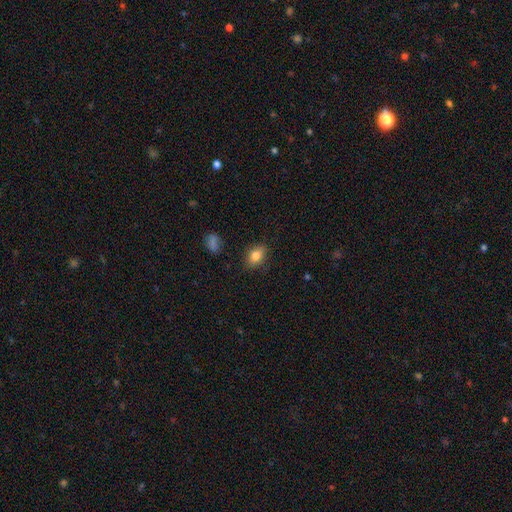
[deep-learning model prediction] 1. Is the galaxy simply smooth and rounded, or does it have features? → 80% smooth, 10% featured or disk, 9% star or artifact.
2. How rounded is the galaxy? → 76% in between, 22% round, 2% cigar-shaped.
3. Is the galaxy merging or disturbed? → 84% none, 12% minor disturbance, 3% major disturbance, 1% merger.